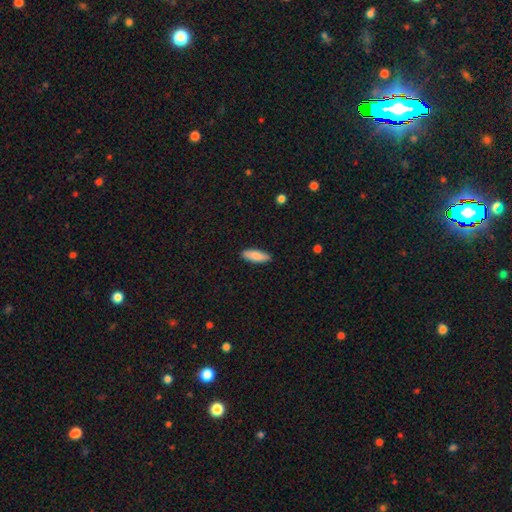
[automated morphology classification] A smooth galaxy with no disk features (87%) that is in between round and cigar-shaped (65%).

Vote fractions:
- Smooth or featured? smooth: 87% / featured or disk: 7% / star or artifact: 6%
- How rounded? in between: 65% / cigar-shaped: 33% / round: 2%
- Merging? none: 90% / minor disturbance: 8% / major disturbance: 2% / merger: 1%